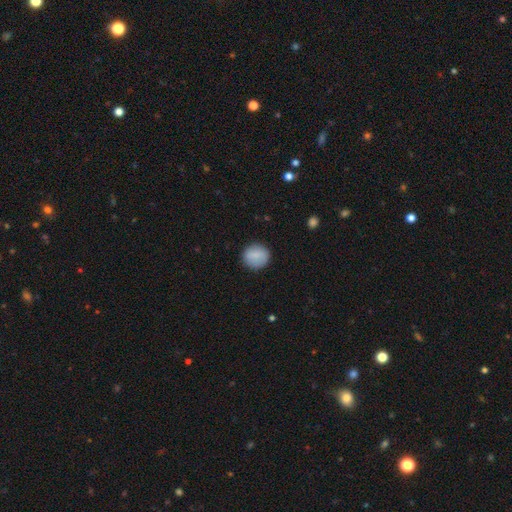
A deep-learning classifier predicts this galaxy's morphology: Smooth or featured: smooth — 85% (featured or disk — 8%)
How rounded: round — 88% (in between — 11%)
Merging: none — 88% (minor disturbance — 8%)